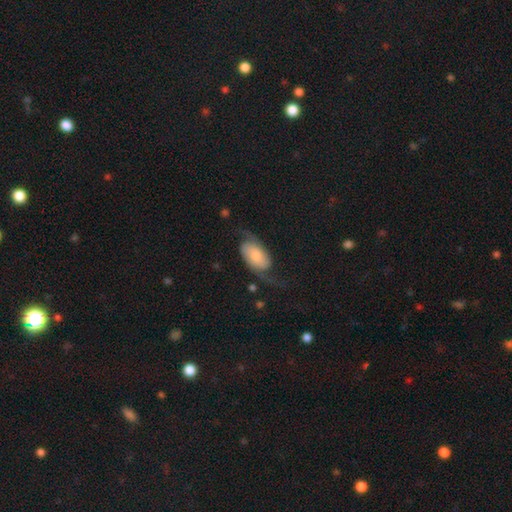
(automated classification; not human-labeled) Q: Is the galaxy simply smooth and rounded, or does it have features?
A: featured or disk — 70%.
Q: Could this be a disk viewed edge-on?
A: no — 96%.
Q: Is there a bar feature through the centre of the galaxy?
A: no — 62%.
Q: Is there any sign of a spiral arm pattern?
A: yes — 94%.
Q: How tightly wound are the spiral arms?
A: loose — 60%.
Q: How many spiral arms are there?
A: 2 — 91%.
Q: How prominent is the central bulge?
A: small — 35%.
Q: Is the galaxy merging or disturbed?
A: none — 59%.